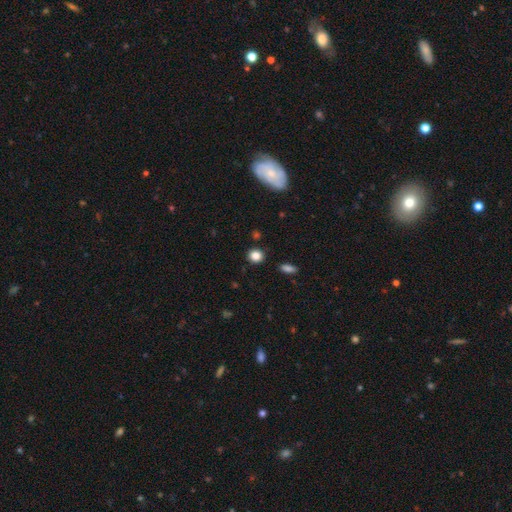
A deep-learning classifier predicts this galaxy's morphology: Q: Smooth or featured?
A: smooth (84%); runner-up: star or artifact (11%)
Q: How rounded?
A: round (83%); runner-up: in between (16%)
Q: Merging?
A: none (89%); runner-up: minor disturbance (7%)